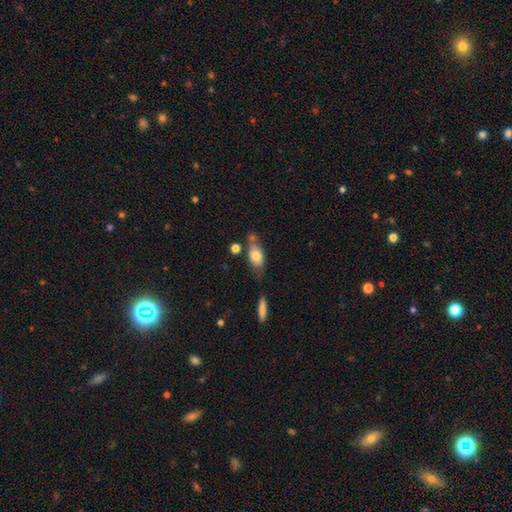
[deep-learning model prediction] Smooth or featured? smooth (72%)
How rounded? in between (81%)
Merging? none (55%)